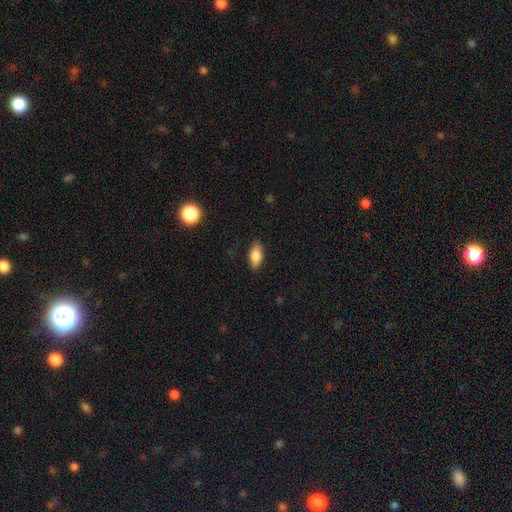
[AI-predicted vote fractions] Smooth or featured? Predicted: smooth (p=0.82). How rounded? Predicted: in between (p=0.86). Merging? Predicted: none (p=0.86).